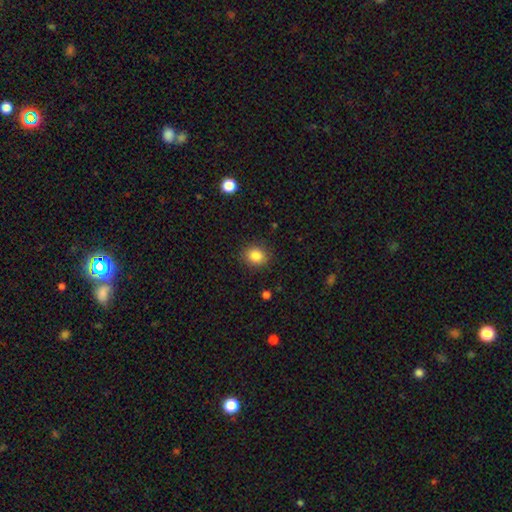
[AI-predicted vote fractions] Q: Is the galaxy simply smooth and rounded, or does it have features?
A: smooth — 85%.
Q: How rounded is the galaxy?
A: round — 69%.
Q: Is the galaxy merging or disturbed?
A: none — 88%.